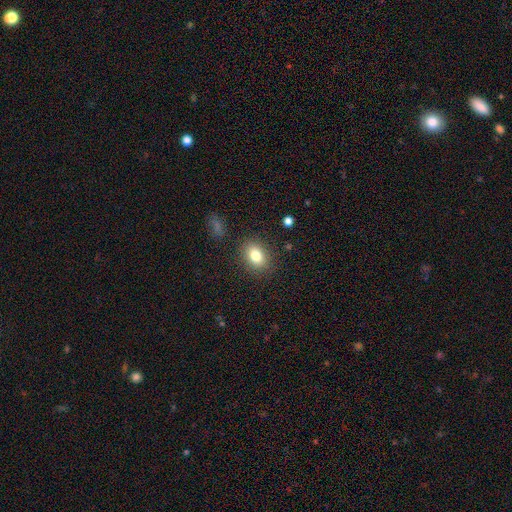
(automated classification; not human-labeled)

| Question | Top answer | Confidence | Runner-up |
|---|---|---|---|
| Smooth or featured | smooth | 81% | star or artifact (9%) |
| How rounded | in between | 70% | round (28%) |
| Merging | none | 85% | minor disturbance (10%) |